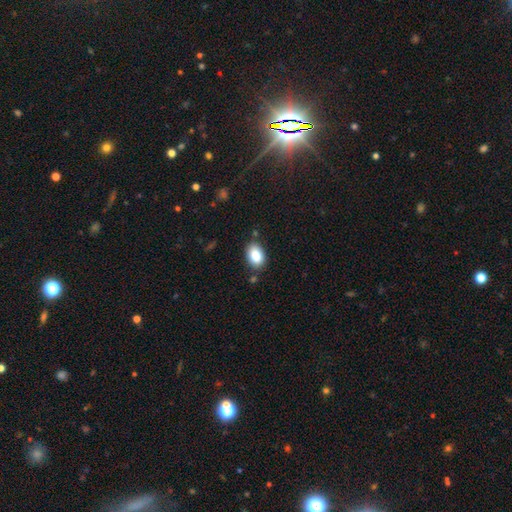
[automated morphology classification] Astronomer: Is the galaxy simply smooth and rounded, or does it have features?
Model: smooth — 85%.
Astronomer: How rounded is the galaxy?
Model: in between — 85%.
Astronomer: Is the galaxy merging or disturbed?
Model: none — 81%.